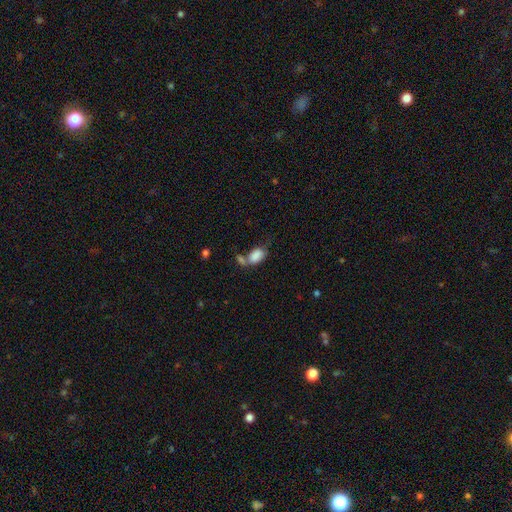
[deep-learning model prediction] A smooth galaxy with no disk features (83%) that is in between round and cigar-shaped (89%). Merging: merger (46%).